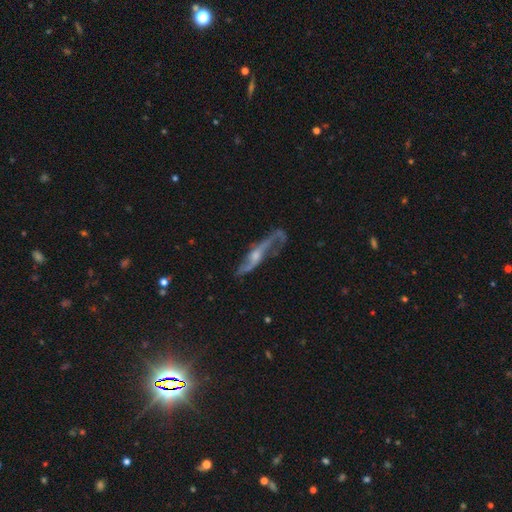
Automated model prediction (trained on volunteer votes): Smooth or featured? Predicted: featured or disk (p=0.83). Edge-on disk? Predicted: no (p=0.67). Bar? Predicted: no (p=0.51). Spiral arms? Predicted: yes (p=0.90). Bulge size? Predicted: moderate (p=0.44). Merging? Predicted: none (p=0.57).